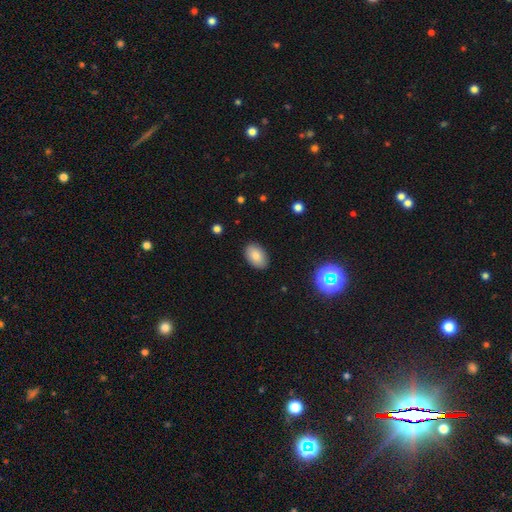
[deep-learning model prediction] Smooth or featured? smooth (83%)
How rounded? in between (91%)
Merging? none (88%)